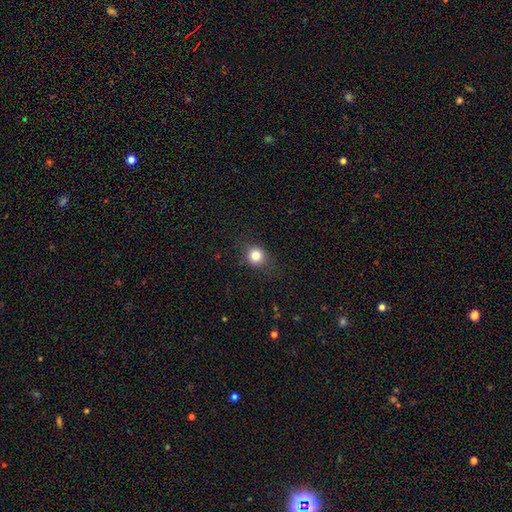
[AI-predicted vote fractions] Smooth or featured? smooth (81%)
How rounded? round (85%)
Merging? none (84%)